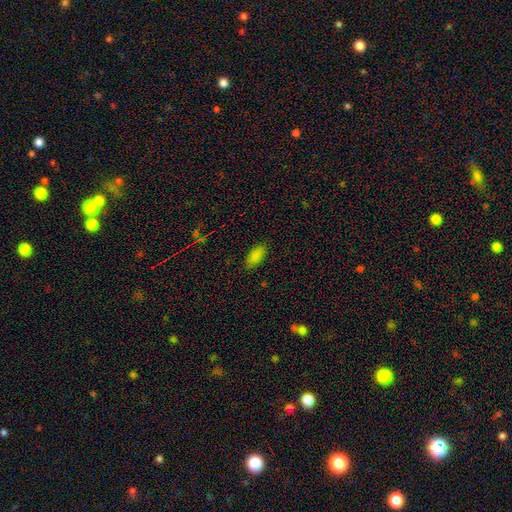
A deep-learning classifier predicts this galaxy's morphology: type=smooth (85%); roundness=in between (89%); merging=none (86%).